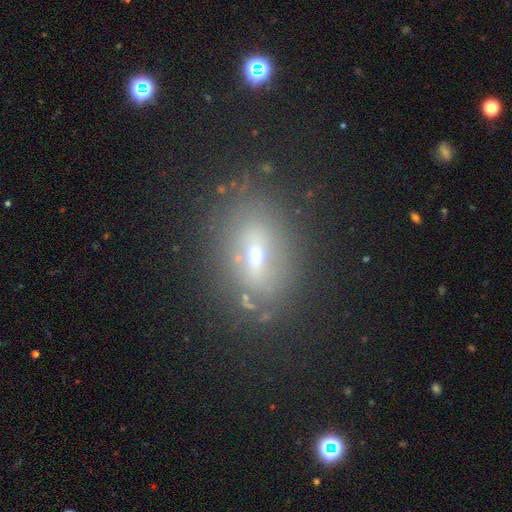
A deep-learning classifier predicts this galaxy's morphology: type=smooth (43%); merging=none (72%).